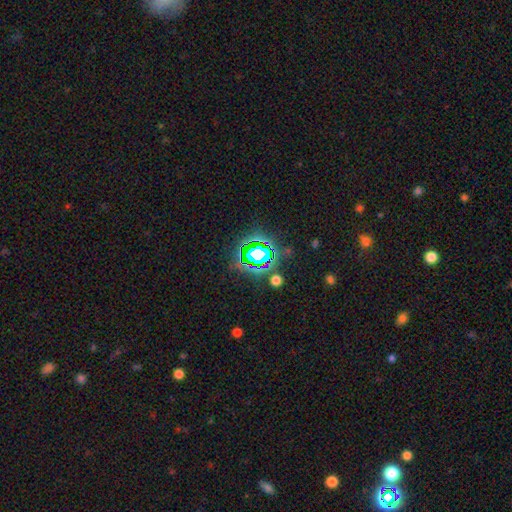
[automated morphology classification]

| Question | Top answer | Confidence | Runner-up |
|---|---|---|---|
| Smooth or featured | star or artifact | 71% | smooth (17%) |